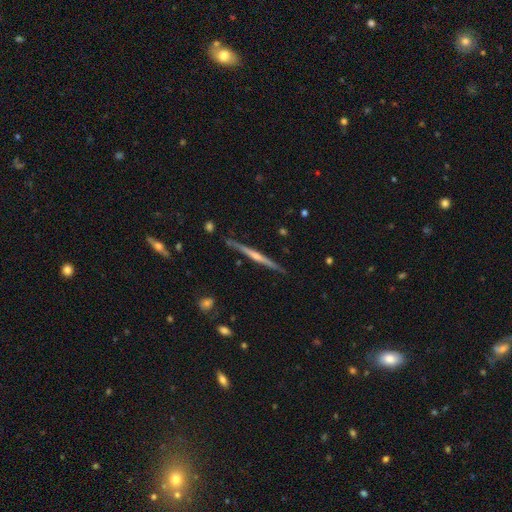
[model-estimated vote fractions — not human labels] A featured or disk galaxy (77%) viewed edge-on (98%) with a rounded central bulge (68%).

Vote fractions:
- Smooth or featured? featured or disk: 77% / smooth: 18% / star or artifact: 6%
- Edge-on disk? yes: 98% / no: 2%
- Edge-on bulge? rounded: 68% / none: 25% / boxy: 8%
- Merging? none: 88% / minor disturbance: 9% / merger: 2% / major disturbance: 2%